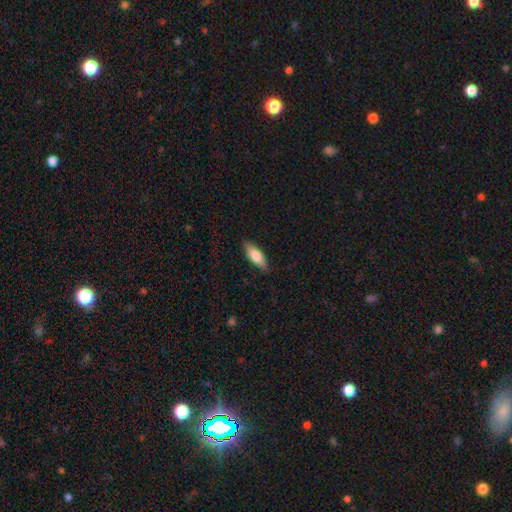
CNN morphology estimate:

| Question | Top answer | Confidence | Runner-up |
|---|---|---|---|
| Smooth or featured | smooth | 76% | featured or disk (18%) |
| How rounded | in between | 68% | cigar-shaped (30%) |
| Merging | none | 85% | minor disturbance (12%) |